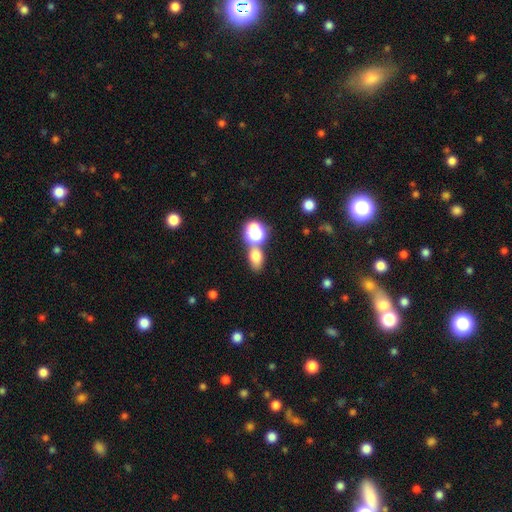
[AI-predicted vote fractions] Smooth or featured? Predicted: smooth (p=0.69). How rounded? Predicted: in between (p=0.69). Merging? Predicted: none (p=0.54).